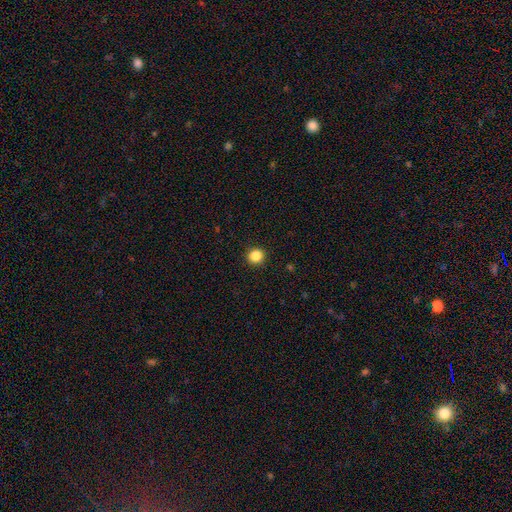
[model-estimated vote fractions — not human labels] The model was most divided on "smooth or featured": smooth: 86%, star or artifact: 11%, featured or disk: 3%. More confident: merging — none (92%); how rounded — round (91%).